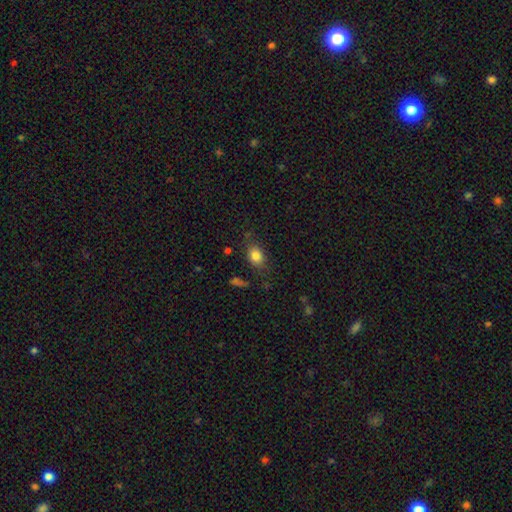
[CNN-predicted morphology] smooth-or-featured: smooth: 82% | star or artifact: 10% | featured or disk: 9%
  how-rounded: in between: 68% | round: 30% | cigar-shaped: 2%
  merging: none: 73% | minor disturbance: 18% | major disturbance: 6% | merger: 3%